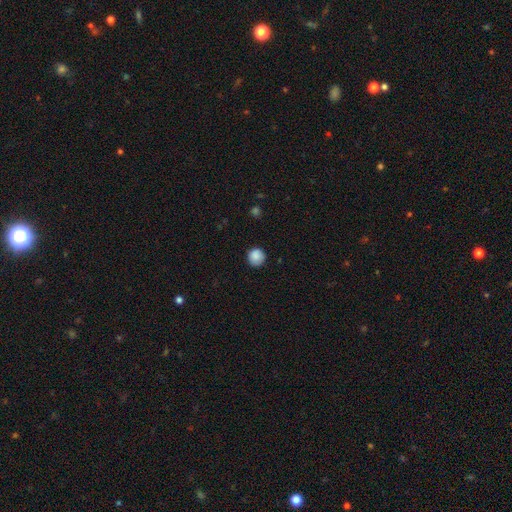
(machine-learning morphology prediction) Smooth or featured? Predicted: smooth (p=0.87). How rounded? Predicted: round (p=0.93). Merging? Predicted: none (p=0.85).